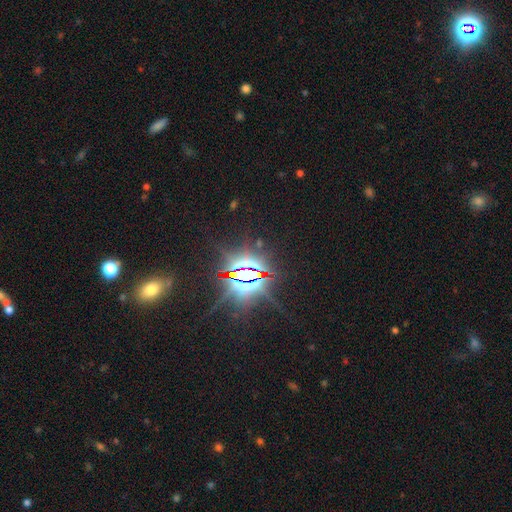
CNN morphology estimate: Smooth or featured? star or artifact (82%)